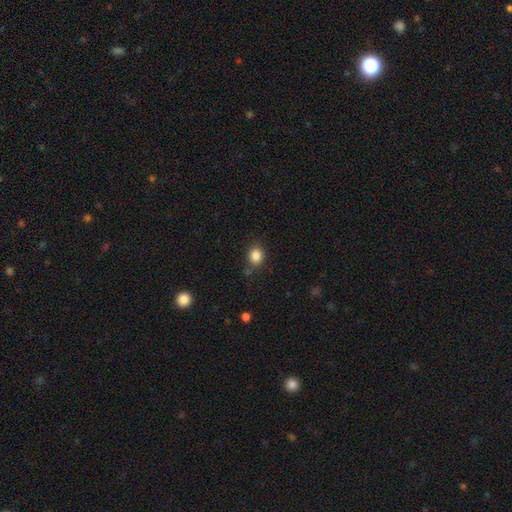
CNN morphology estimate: A smooth galaxy with no disk features (85%) that is round (63%). Merging: none (79%).